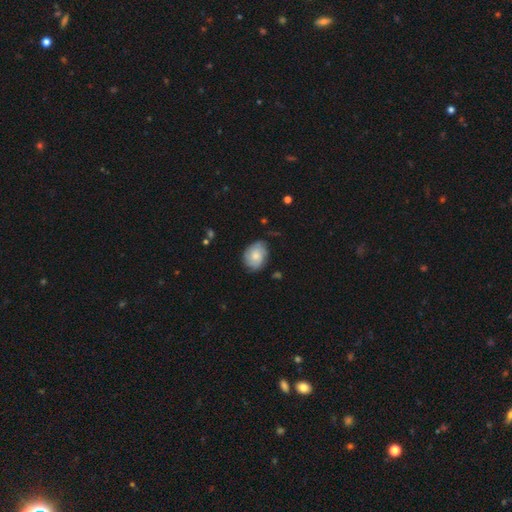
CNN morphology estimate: smooth 59%, featured or disk 35%, star or artifact 7%. Down the decision tree: how rounded — in between (63%); merging — none (66%).